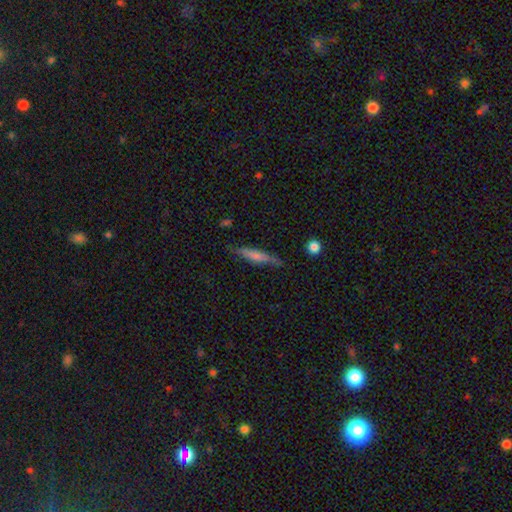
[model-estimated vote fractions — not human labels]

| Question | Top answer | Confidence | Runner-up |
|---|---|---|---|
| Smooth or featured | smooth | 58% | featured or disk (35%) |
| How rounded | cigar-shaped | 88% | in between (10%) |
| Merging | none | 79% | minor disturbance (16%) |